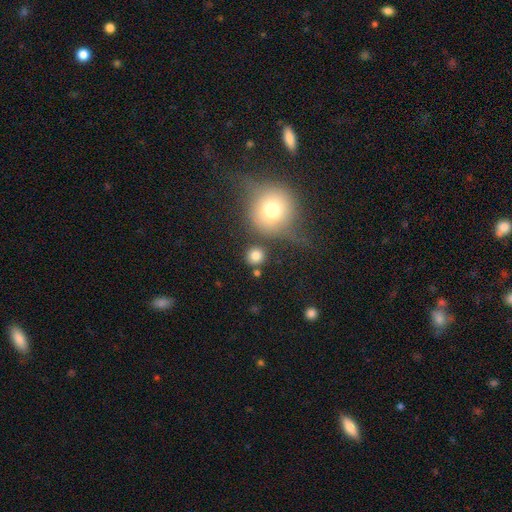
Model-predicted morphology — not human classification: Overall: smooth (81%). How rounded: round (91%). Merging: none (78%).